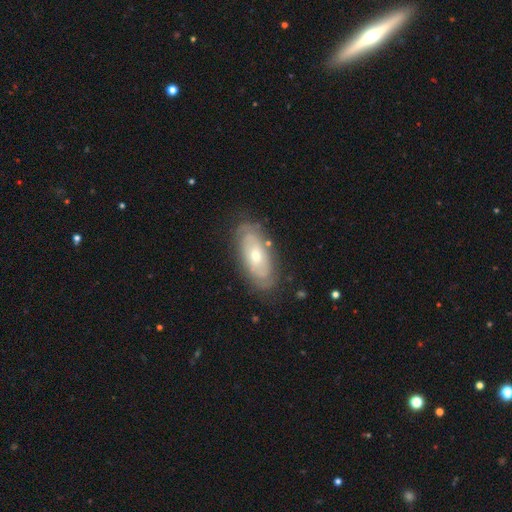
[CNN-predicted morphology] Smooth or featured? Predicted: featured or disk (p=0.67). Edge-on disk? Predicted: no (p=0.88). Bar? Predicted: no (p=0.78). Spiral arms? Predicted: yes (p=0.70). Bulge size? Predicted: moderate (p=0.56). Merging? Predicted: none (p=0.78).